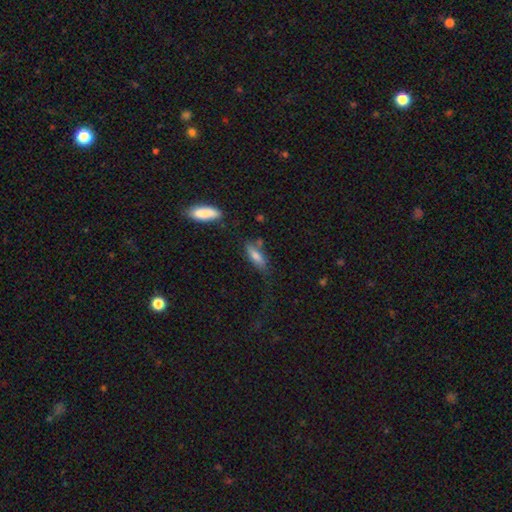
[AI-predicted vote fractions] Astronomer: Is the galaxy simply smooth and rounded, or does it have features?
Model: smooth — 73%.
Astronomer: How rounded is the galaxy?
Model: cigar-shaped — 49% (runner-up: in between, 48%).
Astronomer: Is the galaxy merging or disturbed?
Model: none — 62%.